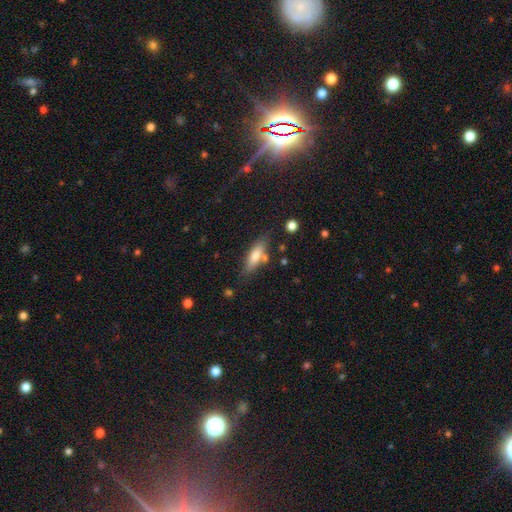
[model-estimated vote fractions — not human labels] smooth-or-featured: smooth: 66% | featured or disk: 27% | star or artifact: 7%
  how-rounded: in between: 52% | cigar-shaped: 45% | round: 3%
  merging: none: 70% | minor disturbance: 17% | merger: 9% | major disturbance: 4%